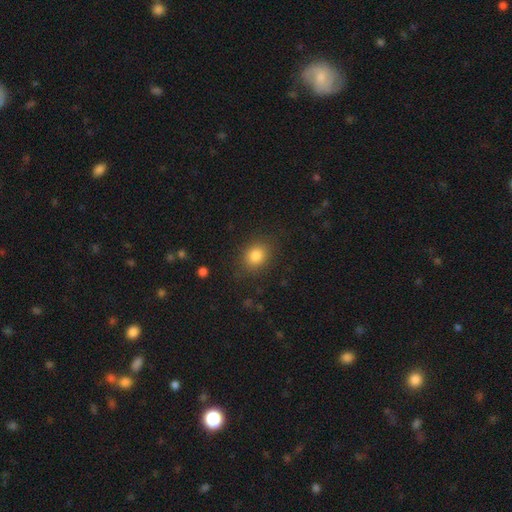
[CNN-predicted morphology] The model was most divided on "how rounded": round: 59%, in between: 40%, cigar-shaped: 1%. More confident: merging — none (85%); smooth or featured — smooth (83%).